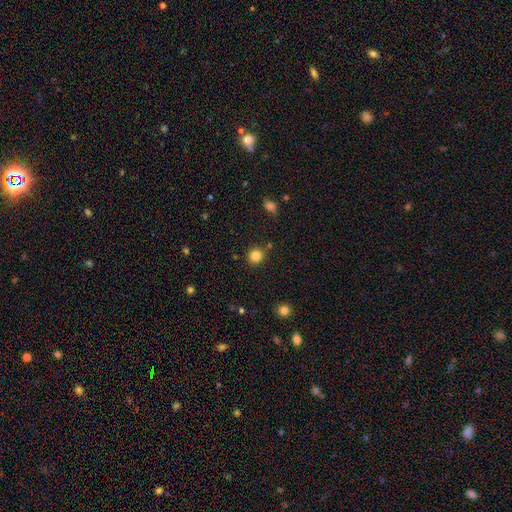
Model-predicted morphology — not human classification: Q: Smooth or featured?
A: smooth (83%); runner-up: star or artifact (12%)
Q: How rounded?
A: round (90%); runner-up: in between (9%)
Q: Merging?
A: none (85%); runner-up: minor disturbance (8%)